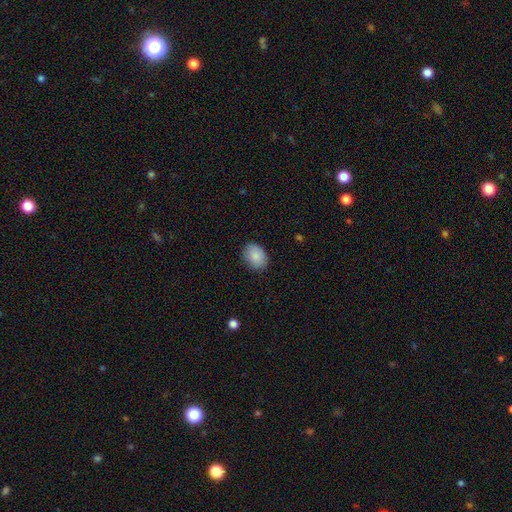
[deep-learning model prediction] smooth_or_featured: smooth (p=0.87) [alt: star or artifact p=0.07]
how_rounded: in between (p=0.73) [alt: round p=0.26]
merging: none (p=0.85) [alt: minor disturbance p=0.11]